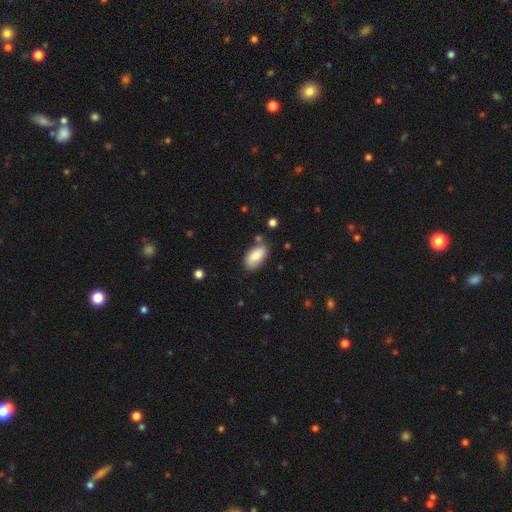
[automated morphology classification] Overall: smooth (82%). How rounded: in between (93%). Merging: none (71%).